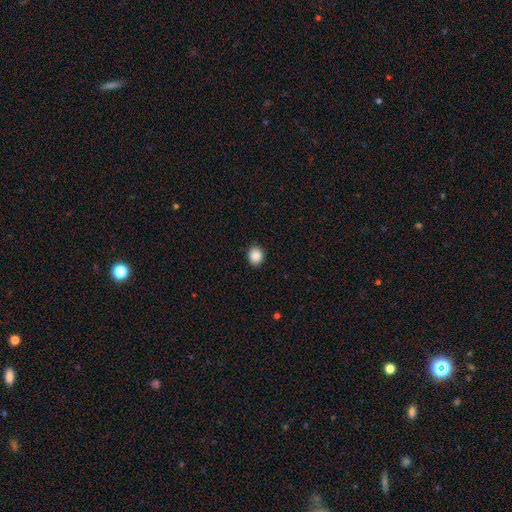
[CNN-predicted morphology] Smooth or featured?
  - smooth: 89% *
  - star or artifact: 9%
  - featured or disk: 3%
How rounded?
  - round: 69% *
  - in between: 30%
  - cigar-shaped: 1%
Merging?
  - none: 90% *
  - minor disturbance: 7%
  - major disturbance: 2%
  - merger: 1%